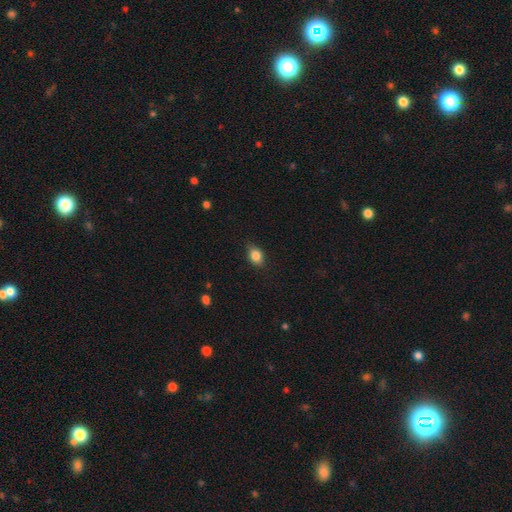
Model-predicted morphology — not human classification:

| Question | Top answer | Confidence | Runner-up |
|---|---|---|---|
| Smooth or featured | smooth | 84% | star or artifact (9%) |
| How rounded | in between | 67% | round (31%) |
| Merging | none | 81% | minor disturbance (15%) |